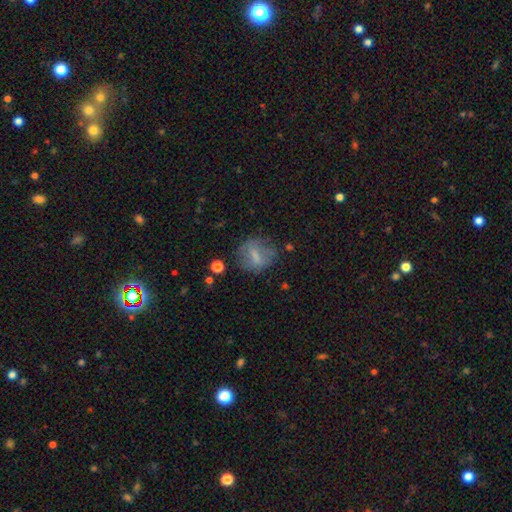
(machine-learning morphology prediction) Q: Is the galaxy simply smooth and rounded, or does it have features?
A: smooth — 59%.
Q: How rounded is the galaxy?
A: round — 57%.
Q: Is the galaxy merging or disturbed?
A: none — 61%.